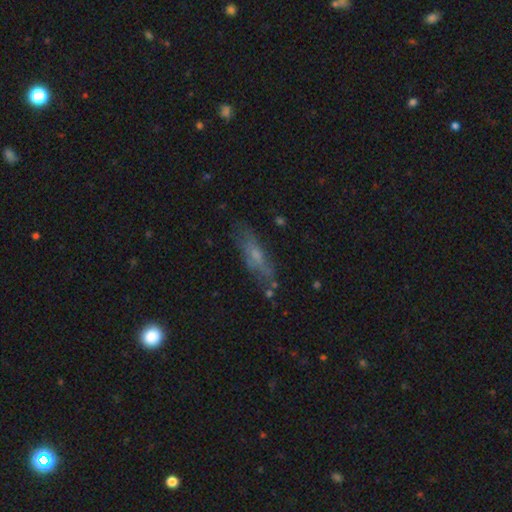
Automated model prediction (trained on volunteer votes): This is possibly a smooth galaxy (45%). Merging: likely none (65%).